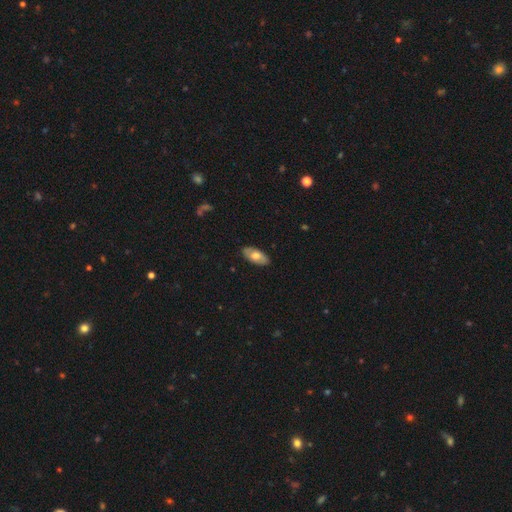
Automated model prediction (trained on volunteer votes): smooth 65%, featured or disk 30%, star or artifact 6%. Down the decision tree: how rounded — in between (91%); merging — none (87%).